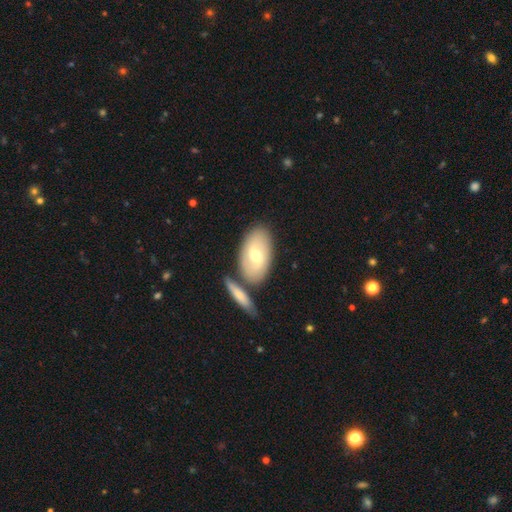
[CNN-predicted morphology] Smooth or featured? Predicted: smooth (p=0.58). How rounded? Predicted: in between (p=0.91). Merging? Predicted: none (p=0.65).